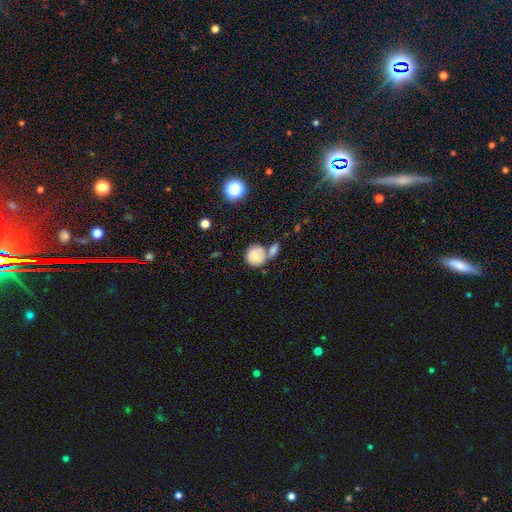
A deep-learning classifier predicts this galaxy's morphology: This is likely a smooth galaxy (72%). How rounded: clearly round (84%). Merging: marginally merger (42%).